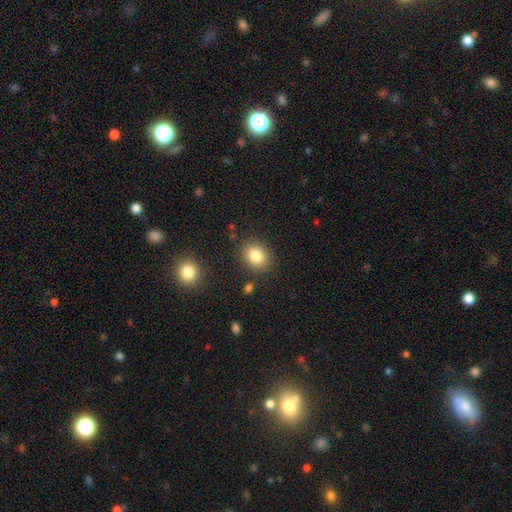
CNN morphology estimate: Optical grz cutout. It shows a smooth galaxy with no disk features (83%) that is round (59%). Merging: none (84%).